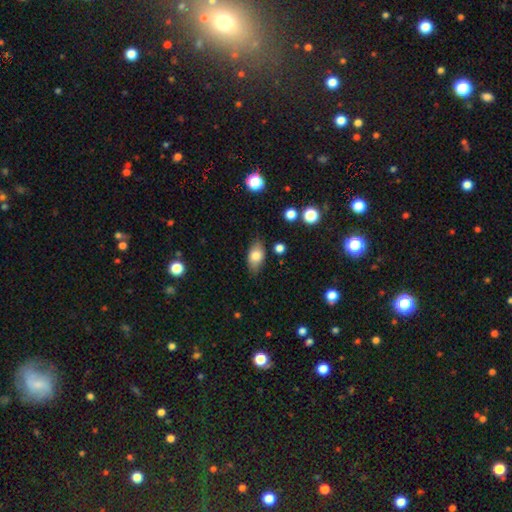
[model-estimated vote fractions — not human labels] Smooth or featured? smooth (77%)
How rounded? in between (88%)
Merging? none (79%)